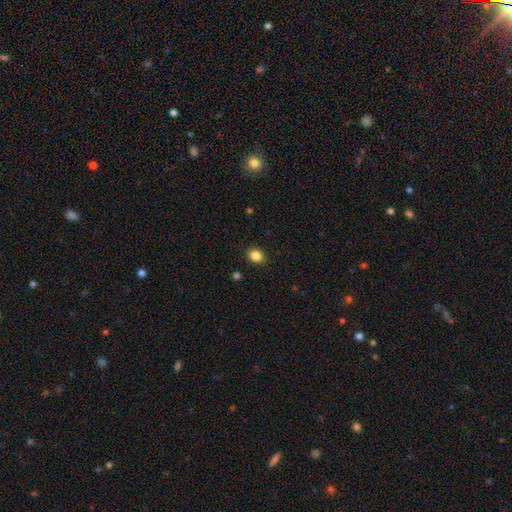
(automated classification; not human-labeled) A smooth galaxy with no disk features (86%) that is in between round and cigar-shaped (53%).

Vote fractions:
- Smooth or featured? smooth: 86% / star or artifact: 10% / featured or disk: 4%
- How rounded? in between: 53% / round: 46% / cigar-shaped: 1%
- Merging? none: 89% / minor disturbance: 7% / major disturbance: 2% / merger: 1%